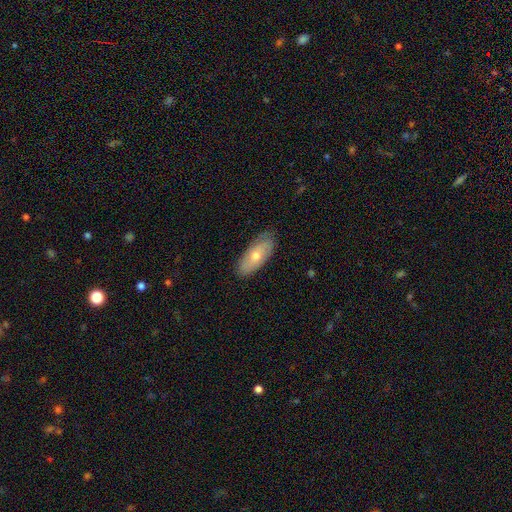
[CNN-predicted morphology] Q: Smooth or featured?
A: smooth (54%); runner-up: featured or disk (39%)
Q: How rounded?
A: in between (80%); runner-up: cigar-shaped (17%)
Q: Merging?
A: none (80%); runner-up: minor disturbance (16%)